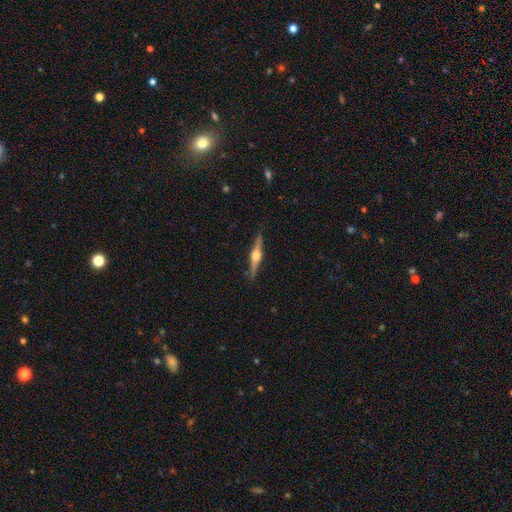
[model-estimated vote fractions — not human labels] Smooth or featured? Predicted: featured or disk (p=0.78). Edge-on disk? Predicted: yes (p=0.98). Edge-on bulge? Predicted: rounded (p=0.95). Merging? Predicted: none (p=0.90).